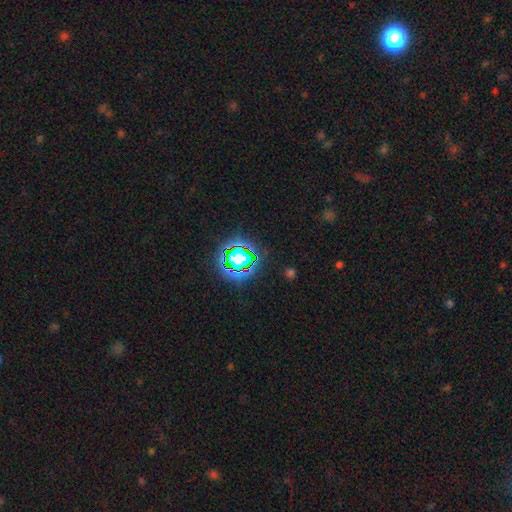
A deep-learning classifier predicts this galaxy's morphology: Smooth or featured: star or artifact — 74% (smooth — 19%)